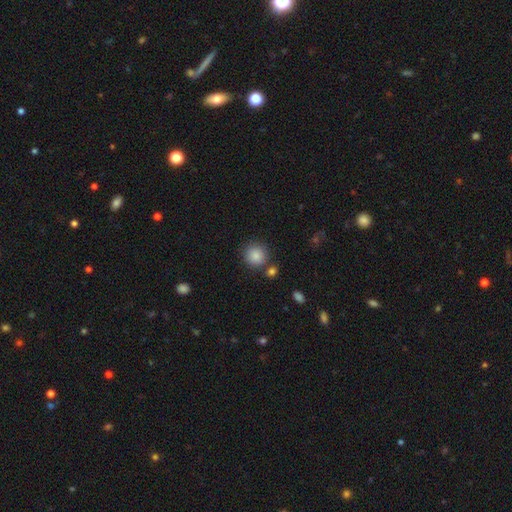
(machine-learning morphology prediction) This is clearly a smooth galaxy (87%). How rounded: clearly round (92%). Merging: clearly none (81%).